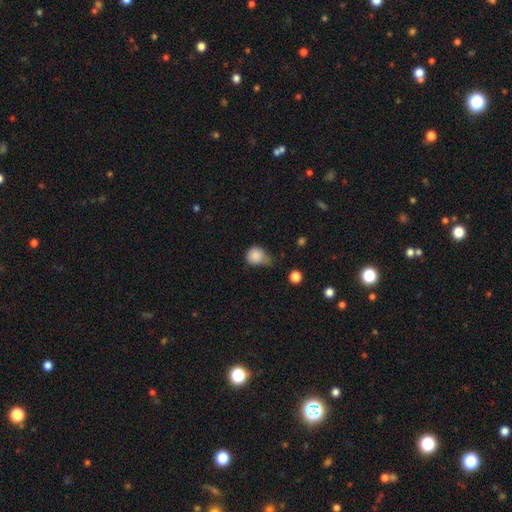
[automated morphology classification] smooth_or_featured: smooth (p=0.85) [alt: star or artifact p=0.09]
how_rounded: round (p=0.81) [alt: in between p=0.18]
merging: minor disturbance (p=0.43) [alt: none p=0.37]